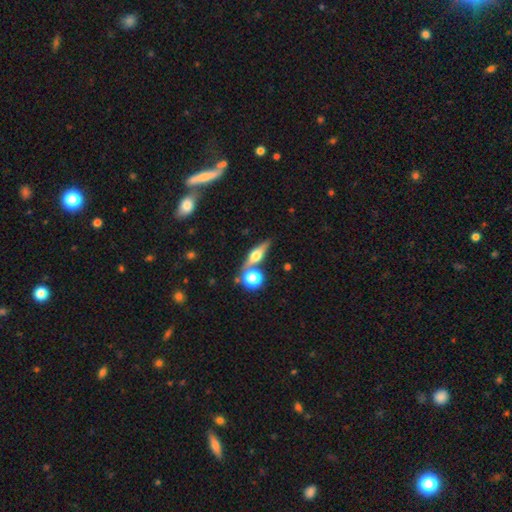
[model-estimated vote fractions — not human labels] The model was most divided on "smooth or featured": featured or disk: 61%, smooth: 30%, star or artifact: 10%. More confident: edge-on bulge — rounded (94%); edge-on disk — yes (93%); merging — none (73%).